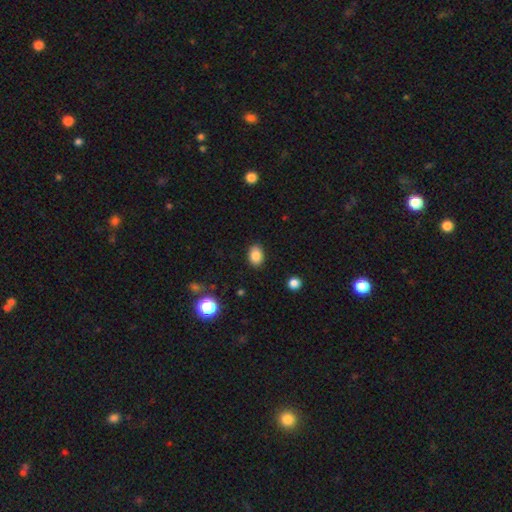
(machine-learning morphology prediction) The model was most divided on "how rounded": in between: 78%, round: 21%, cigar-shaped: 1%. More confident: merging — none (88%); smooth or featured — smooth (85%).